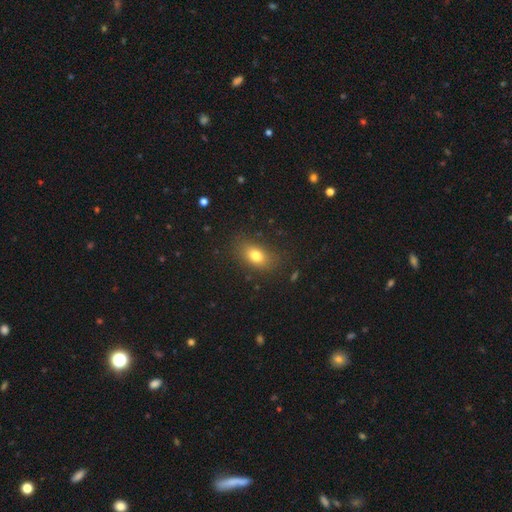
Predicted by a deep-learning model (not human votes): Smooth or featured? Predicted: smooth (p=0.79). How rounded? Predicted: in between (p=0.82). Merging? Predicted: none (p=0.82).